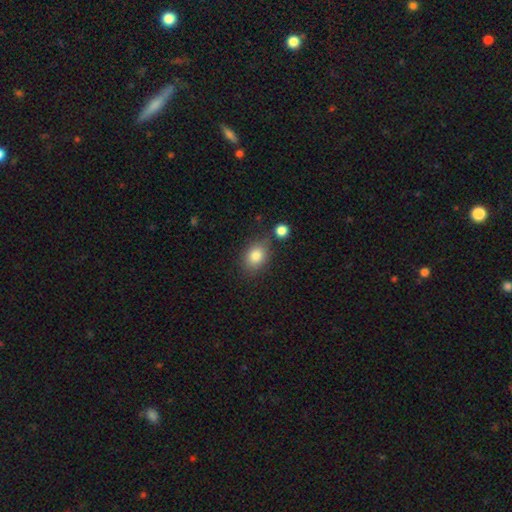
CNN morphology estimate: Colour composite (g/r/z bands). It shows a smooth galaxy with no disk features (83%) that is in between round and cigar-shaped (67%). Merging: none (73%).